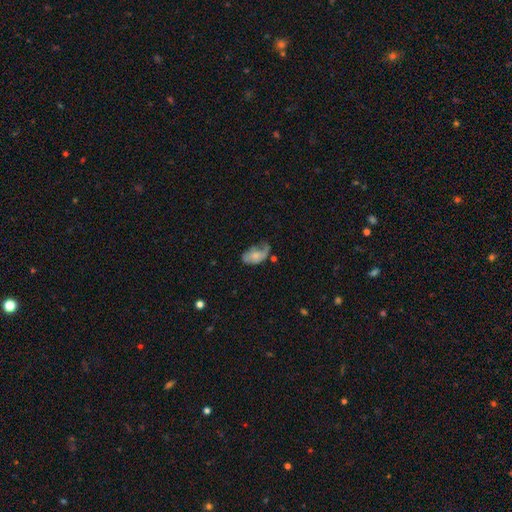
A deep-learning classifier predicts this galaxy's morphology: Smooth or featured?
  - smooth: 47% *
  - featured or disk: 45%
  - star or artifact: 8%
Merging?
  - minor disturbance: 34% *
  - none: 32%
  - major disturbance: 29%
  - merger: 4%